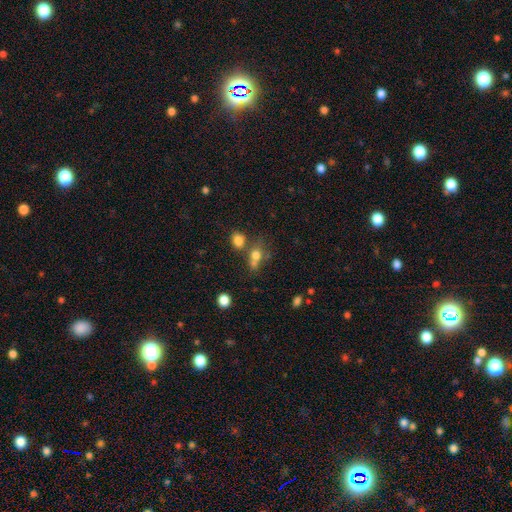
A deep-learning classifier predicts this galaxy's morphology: smooth_or_featured: smooth (p=0.70) [alt: star or artifact p=0.17]
how_rounded: round (p=0.62) [alt: in between p=0.35]
merging: none (p=0.40) [tied with: merger p=0.40]